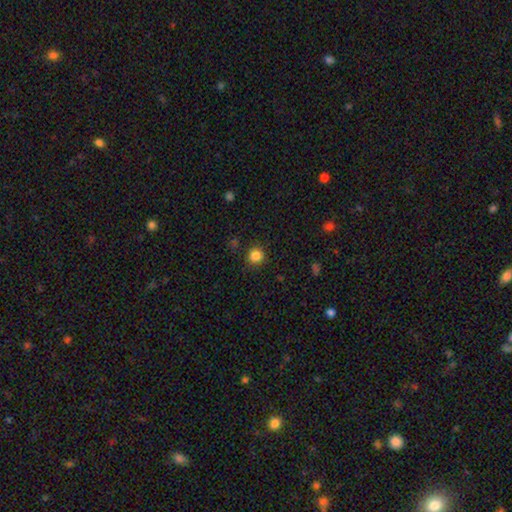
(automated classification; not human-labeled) Overall: smooth (84%). How rounded: round (92%). Merging: none (87%).